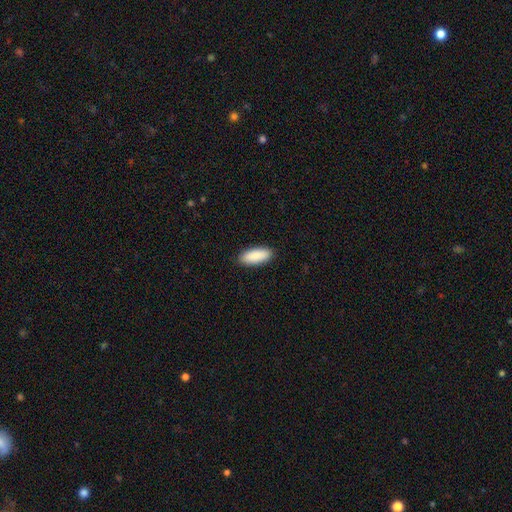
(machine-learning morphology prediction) A smooth galaxy with no disk features (90%) that is in between round and cigar-shaped (78%).

Vote fractions:
- Smooth or featured? smooth: 90% / star or artifact: 5% / featured or disk: 4%
- How rounded? in between: 78% / cigar-shaped: 20% / round: 2%
- Merging? none: 90% / minor disturbance: 7% / major disturbance: 2% / merger: 1%